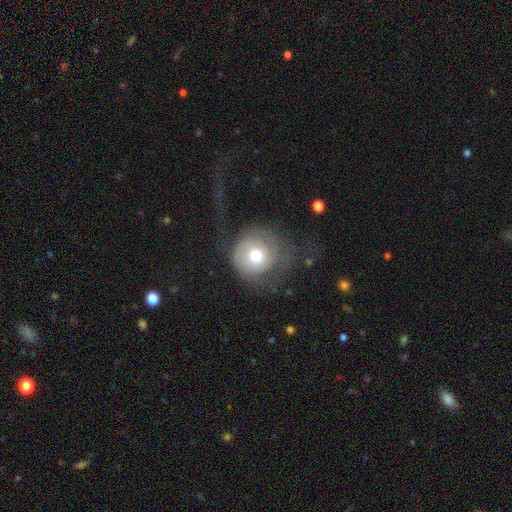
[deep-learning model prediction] Morphology: type=smooth (58%); roundness=round (90%); merging=none (47%).